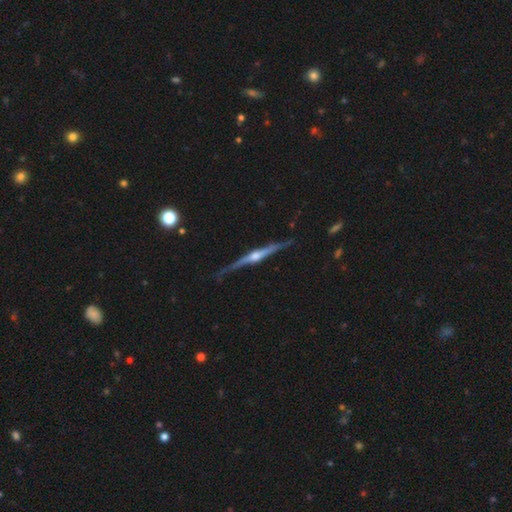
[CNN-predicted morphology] Q: Smooth or featured?
A: featured or disk (86%); runner-up: smooth (9%)
Q: Edge-on disk?
A: yes (98%); runner-up: no (2%)
Q: Edge-on bulge?
A: rounded (92%); runner-up: boxy (5%)
Q: Merging?
A: none (79%); runner-up: minor disturbance (16%)